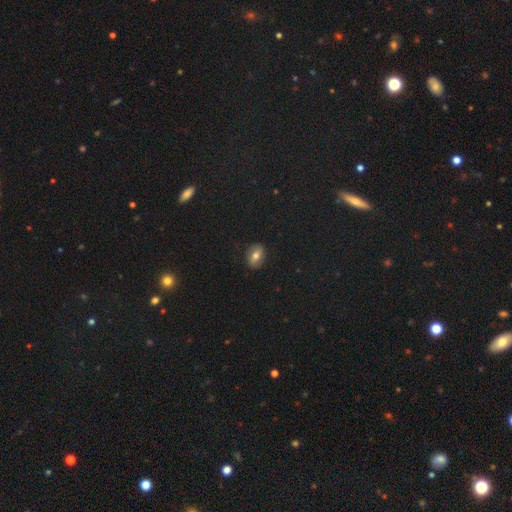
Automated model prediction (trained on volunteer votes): Smooth or featured: smooth — 67% (featured or disk — 20%)
How rounded: in between — 74% (round — 24%)
Merging: none — 87% (minor disturbance — 9%)